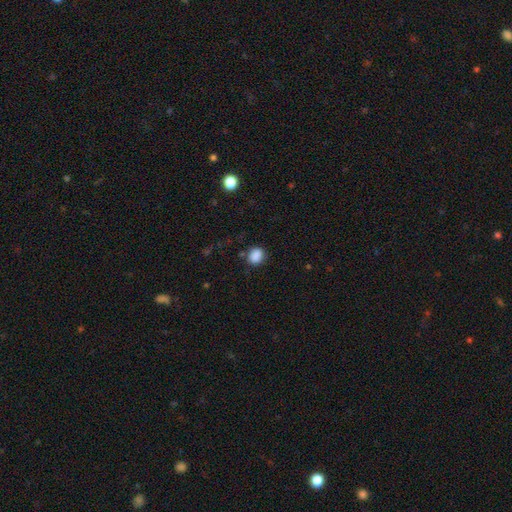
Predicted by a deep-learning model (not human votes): smooth-or-featured: smooth: 87% | star or artifact: 10% | featured or disk: 3%
  how-rounded: round: 66% | in between: 33% | cigar-shaped: 1%
  merging: none: 81% | minor disturbance: 13% | major disturbance: 4% | merger: 3%